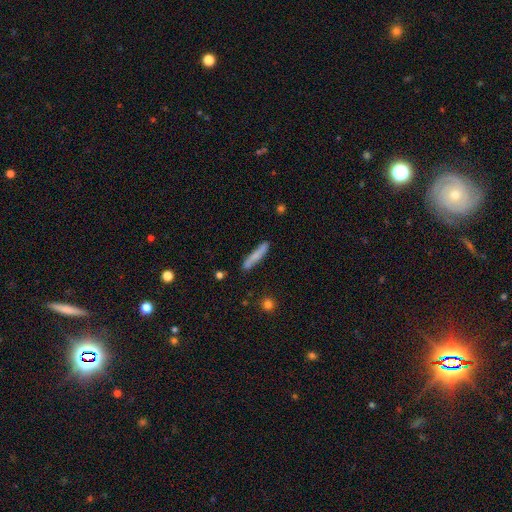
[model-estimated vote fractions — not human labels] Overall: smooth (69%). How rounded: cigar-shaped (92%). Merging: none (83%).